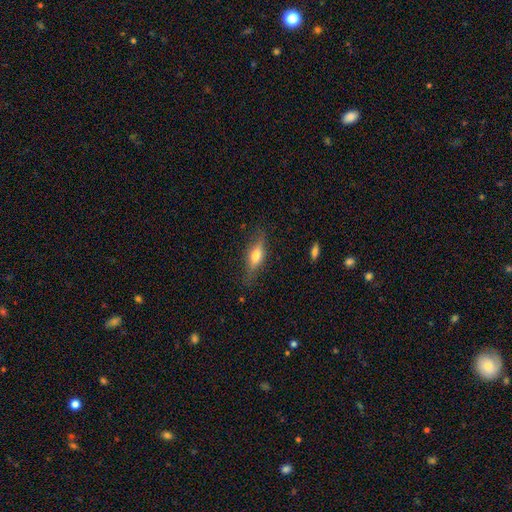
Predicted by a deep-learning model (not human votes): Smooth or featured: smooth — 56% (featured or disk — 36%)
How rounded: in between — 55% (cigar-shaped — 41%)
Merging: none — 75% (minor disturbance — 18%)